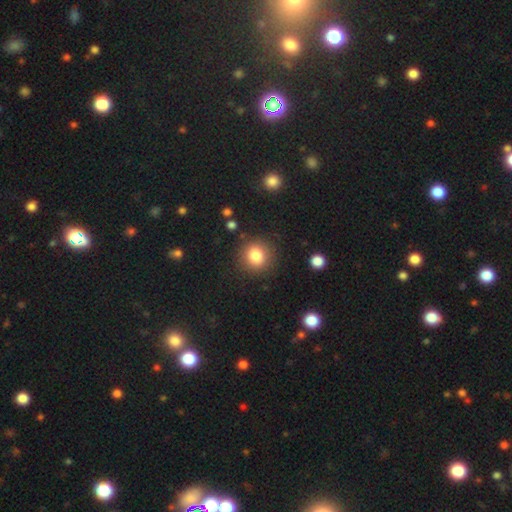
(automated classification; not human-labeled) Smooth or featured: smooth — 83% (star or artifact — 11%)
How rounded: round — 88% (in between — 11%)
Merging: none — 87% (minor disturbance — 8%)